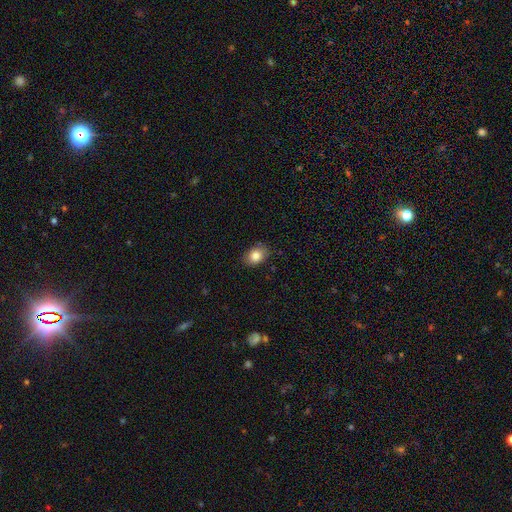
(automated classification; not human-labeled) Smooth or featured? Predicted: smooth (p=0.84). How rounded? Predicted: in between (p=0.73). Merging? Predicted: none (p=0.82).